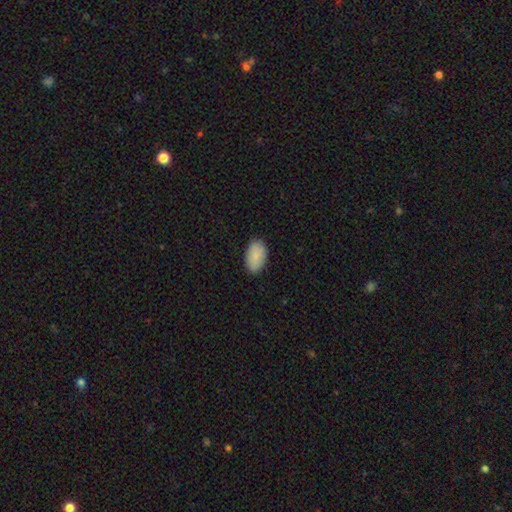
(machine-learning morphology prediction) This appears to be a smooth galaxy with no disk features (88%) that is in between round and cigar-shaped (94%). Merging: none (87%).